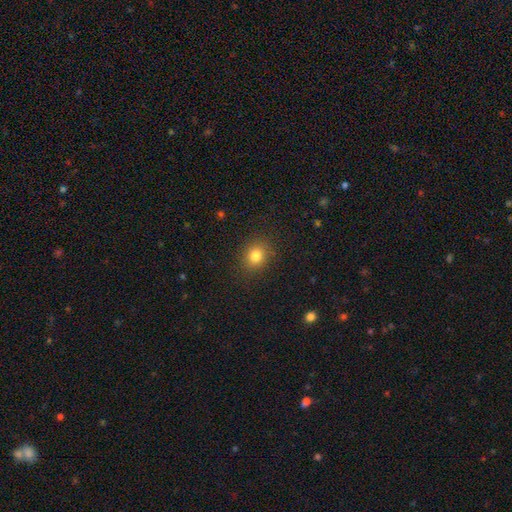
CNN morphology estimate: A smooth galaxy with no disk features (81%) that is round (69%).

Vote fractions:
- Smooth or featured? smooth: 81% / star or artifact: 13% / featured or disk: 7%
- How rounded? round: 69% / in between: 30% / cigar-shaped: 1%
- Merging? none: 88% / minor disturbance: 8% / major disturbance: 3% / merger: 1%